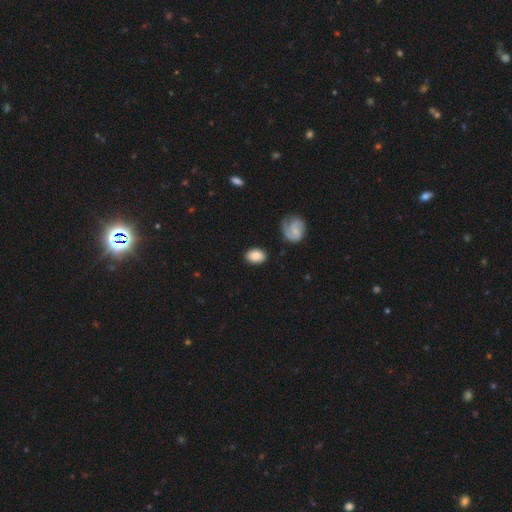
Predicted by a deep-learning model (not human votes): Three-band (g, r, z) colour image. It shows a smooth galaxy with no disk features (81%) that is in between round and cigar-shaped (78%). Merging: none (82%).